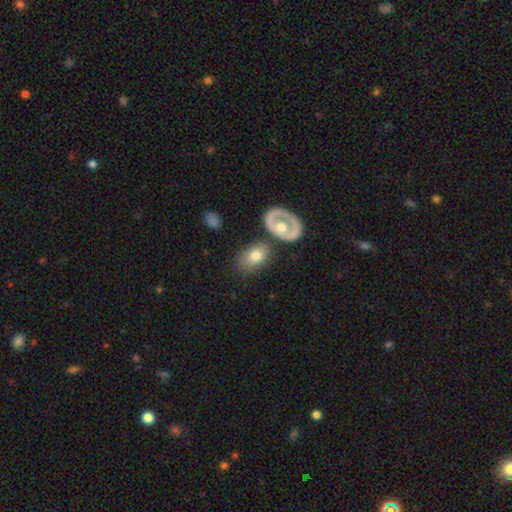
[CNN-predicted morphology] Overall: smooth (62%; featured or disk 31%). How rounded: in between (80%). Merging: none (60%).